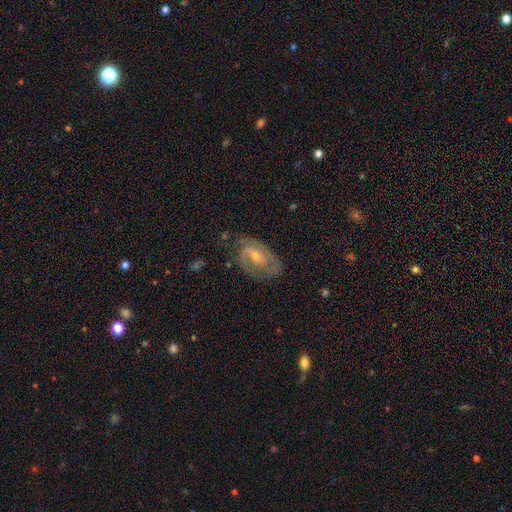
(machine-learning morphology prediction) Smooth or featured?
  - featured or disk: 79% *
  - smooth: 14%
  - star or artifact: 7%
Edge-on disk?
  - no: 96% *
  - yes: 4%
Bar?
  - weak: 46% *
  - no: 42%
  - strong: 12%
Spiral arms?
  - yes: 92% *
  - no: 8%
Spiral winding?
  - medium: 44% *
  - tight: 42%
  - loose: 15%
Spiral arm count?
  - 2: 66% *
  - can't tell: 16%
  - 1: 8%
  - 3: 6%
  - 4: 2%
  - more than 4: 2%
Bulge size?
  - small: 51% *
  - moderate: 44%
  - none: 2%
  - large: 2%
  - dominant: 1%
Merging?
  - none: 67% *
  - minor disturbance: 22%
  - major disturbance: 10%
  - merger: 2%